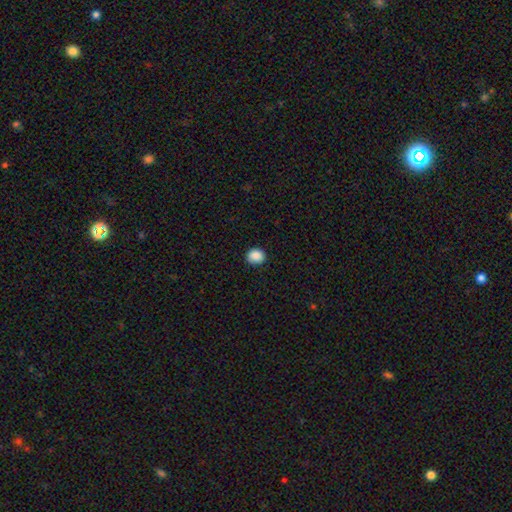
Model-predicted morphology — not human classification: Smooth or featured?
  - smooth: 89% *
  - star or artifact: 9%
  - featured or disk: 3%
How rounded?
  - round: 72% *
  - in between: 27%
  - cigar-shaped: 1%
Merging?
  - none: 89% *
  - minor disturbance: 8%
  - major disturbance: 2%
  - merger: 1%